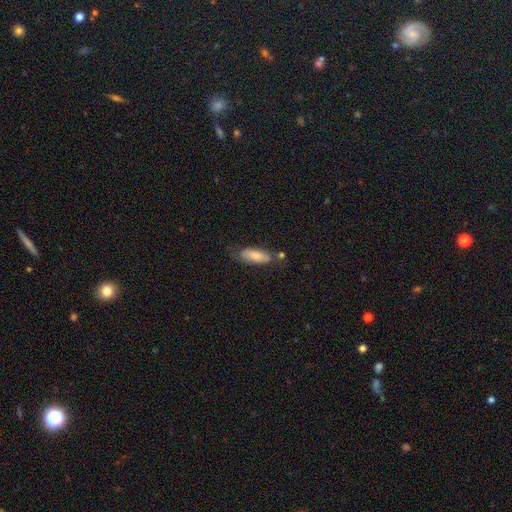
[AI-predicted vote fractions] smooth-or-featured: smooth: 74% | featured or disk: 19% | star or artifact: 7%
  how-rounded: in between: 71% | cigar-shaped: 27% | round: 2%
  merging: none: 60% | minor disturbance: 25% | major disturbance: 8% | merger: 7%